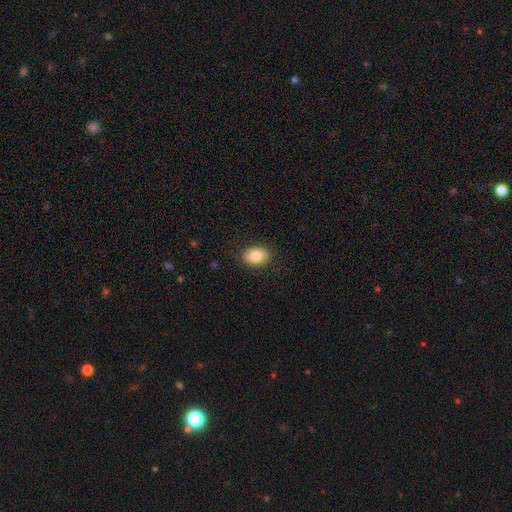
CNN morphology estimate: smooth 81%, featured or disk 12%, star or artifact 8%. Down the decision tree: how rounded — in between (75%); merging — none (86%).